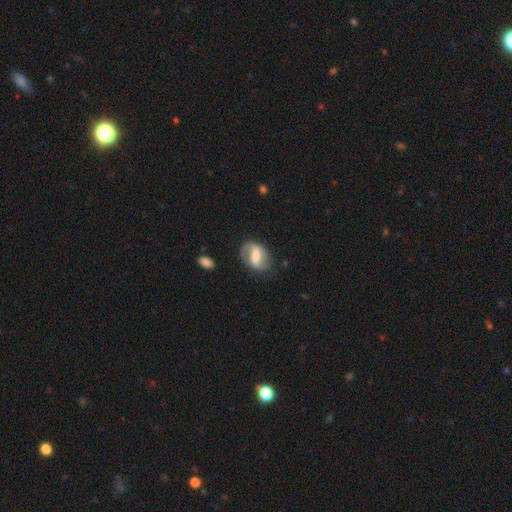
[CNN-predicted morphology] Overall: featured or disk (63%; smooth 30%). Edge-on disk: no (95%). Bar: strong (54%; weak 33%). Spiral arms: yes (78%). Bulge size: moderate (37%; small 23%). Merging: none (66%).